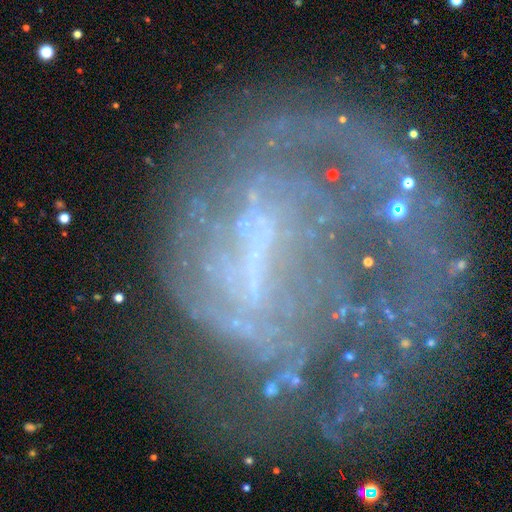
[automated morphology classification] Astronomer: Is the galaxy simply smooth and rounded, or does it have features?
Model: featured or disk — 78%.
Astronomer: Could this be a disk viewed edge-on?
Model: no — 97%.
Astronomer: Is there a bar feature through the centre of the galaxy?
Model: weak — 39% (runner-up: strong, 31%).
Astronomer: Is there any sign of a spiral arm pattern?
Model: yes — 71%.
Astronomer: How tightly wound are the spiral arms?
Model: medium — 36% (runner-up: tight, 35%).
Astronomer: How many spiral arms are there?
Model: can't tell — 34% (runner-up: 2, 27%).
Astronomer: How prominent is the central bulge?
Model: none — 50% (runner-up: small, 32%).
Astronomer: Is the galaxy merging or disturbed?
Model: none — 39% (runner-up: major disturbance, 37%).